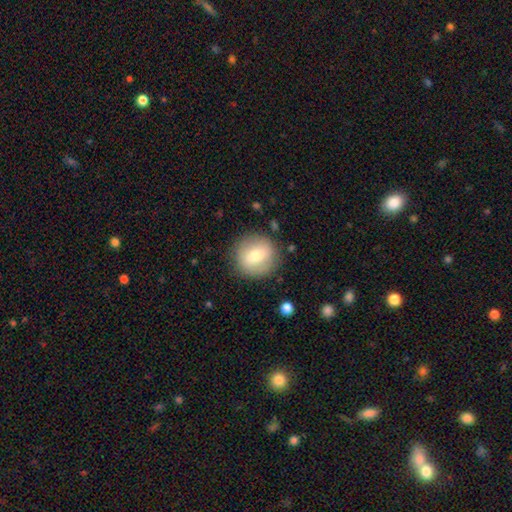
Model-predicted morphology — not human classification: smooth-or-featured: smooth: 70% | featured or disk: 23% | star or artifact: 8%
  how-rounded: round: 89% | in between: 10% | cigar-shaped: 1%
  merging: none: 84% | minor disturbance: 11% | major disturbance: 4% | merger: 2%